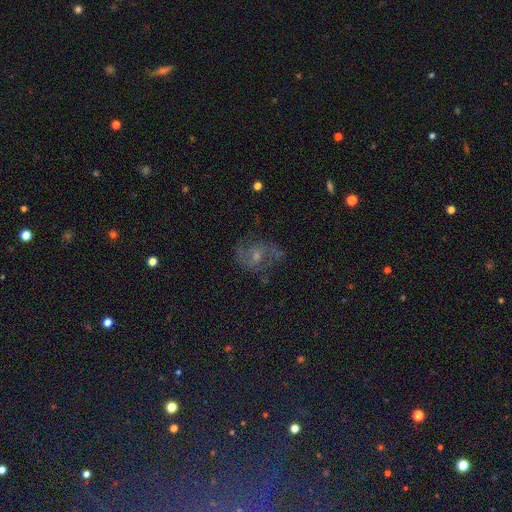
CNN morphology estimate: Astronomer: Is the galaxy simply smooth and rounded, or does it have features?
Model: featured or disk — 70%.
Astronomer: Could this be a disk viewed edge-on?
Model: no — 97%.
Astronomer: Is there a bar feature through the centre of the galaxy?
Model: no — 56% (runner-up: weak, 37%).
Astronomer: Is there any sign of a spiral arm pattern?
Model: yes — 85%.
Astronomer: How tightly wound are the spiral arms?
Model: medium — 52% (runner-up: loose, 29%).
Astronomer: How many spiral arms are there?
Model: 2 — 77%.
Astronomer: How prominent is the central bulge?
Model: small — 45%, tied with moderate at 45%.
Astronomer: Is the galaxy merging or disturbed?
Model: none — 62%.